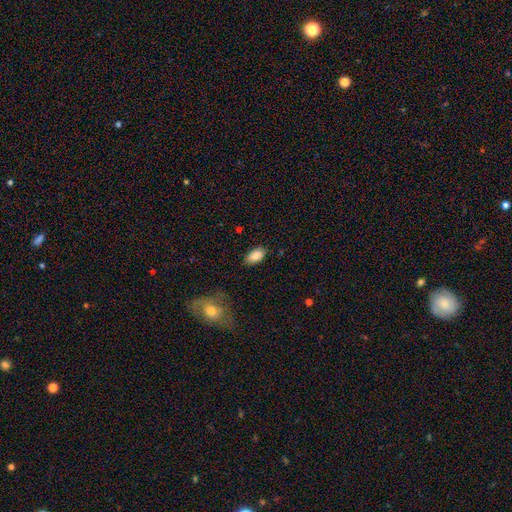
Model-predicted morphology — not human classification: This is clearly a smooth galaxy (86%). How rounded: clearly in between (93%). Merging: clearly none (83%).